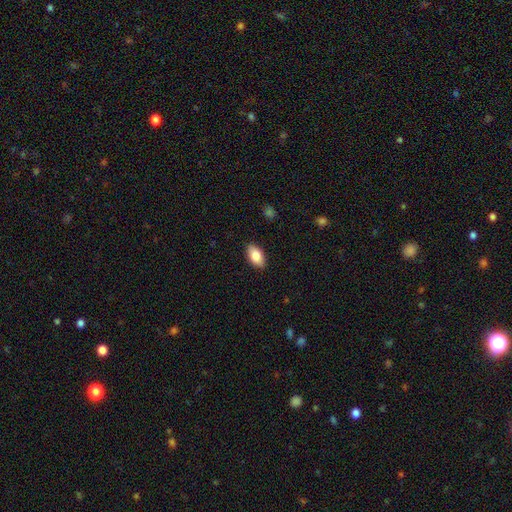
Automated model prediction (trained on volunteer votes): A smooth galaxy with no disk features (84%) that is in between round and cigar-shaped (93%).

Vote fractions:
- Smooth or featured? smooth: 84% / featured or disk: 9% / star or artifact: 7%
- How rounded? in between: 93% / round: 4% / cigar-shaped: 3%
- Merging? none: 88% / minor disturbance: 9% / major disturbance: 2% / merger: 1%